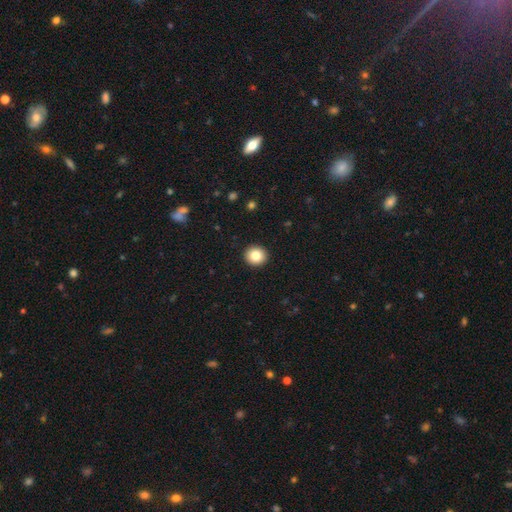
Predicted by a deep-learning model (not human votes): Overall: smooth (83%). How rounded: round (92%). Merging: none (93%).